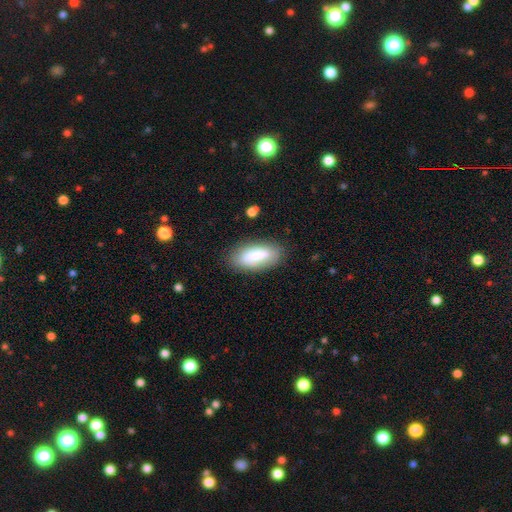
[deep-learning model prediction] smooth 76%, featured or disk 17%, star or artifact 7%. Down the decision tree: how rounded — in between (85%); merging — none (78%).